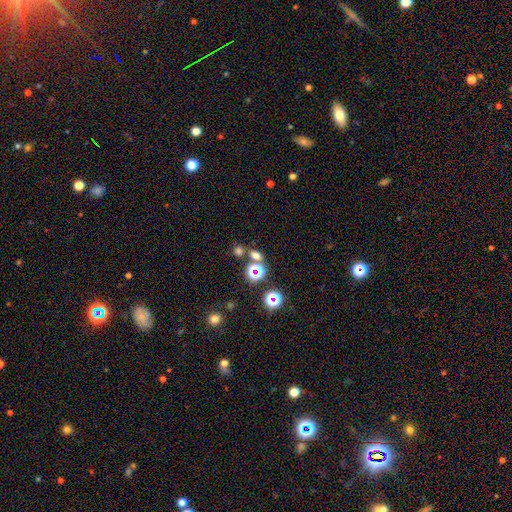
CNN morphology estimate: A smooth galaxy with no disk features (56%) that is round (62%).

Vote fractions:
- Smooth or featured? smooth: 56% / star or artifact: 36% / featured or disk: 9%
- How rounded? round: 62% / in between: 35% / cigar-shaped: 3%
- Merging? none: 67% / merger: 20% / minor disturbance: 9% / major disturbance: 4%